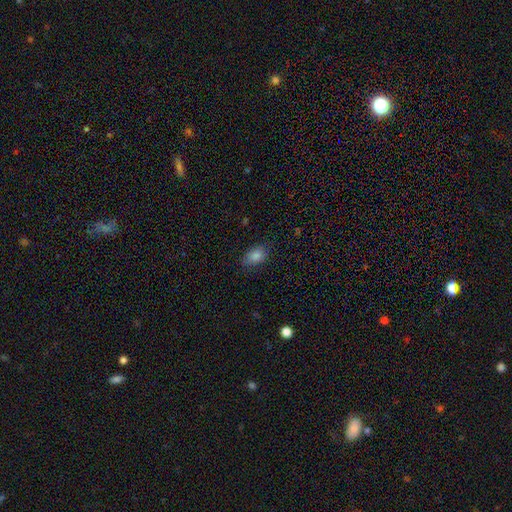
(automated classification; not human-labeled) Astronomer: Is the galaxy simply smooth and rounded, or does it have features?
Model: smooth — 80%.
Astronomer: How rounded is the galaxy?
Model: in between — 79%.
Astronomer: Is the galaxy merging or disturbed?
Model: none — 81%.